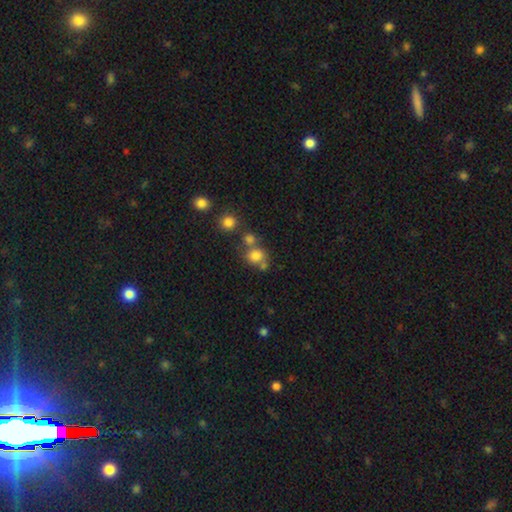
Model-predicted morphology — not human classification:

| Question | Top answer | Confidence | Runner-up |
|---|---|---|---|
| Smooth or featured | smooth | 76% | star or artifact (14%) |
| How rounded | round | 75% | in between (24%) |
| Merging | none | 51% | merger (31%) |